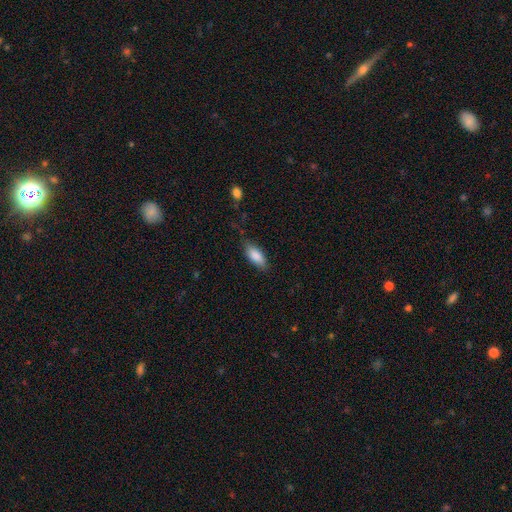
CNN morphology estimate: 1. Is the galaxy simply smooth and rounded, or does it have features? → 85% smooth, 9% featured or disk, 6% star or artifact.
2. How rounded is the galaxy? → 80% in between, 18% cigar-shaped, 2% round.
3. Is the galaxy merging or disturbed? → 74% none, 19% minor disturbance, 5% major disturbance, 2% merger.